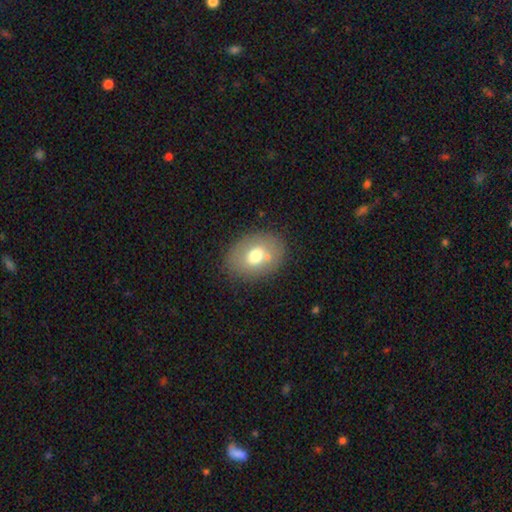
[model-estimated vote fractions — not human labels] Smooth or featured: smooth — 66% (featured or disk — 24%)
How rounded: in between — 70% (round — 29%)
Merging: none — 76% (minor disturbance — 15%)